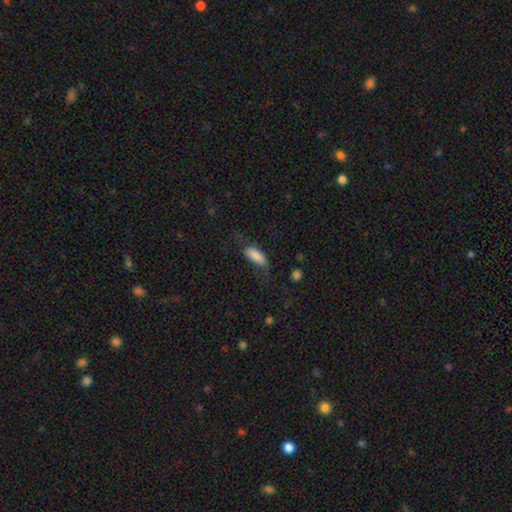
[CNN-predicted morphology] A smooth galaxy with no disk features (81%) that is in between round and cigar-shaped (73%). Merging: none (47%).